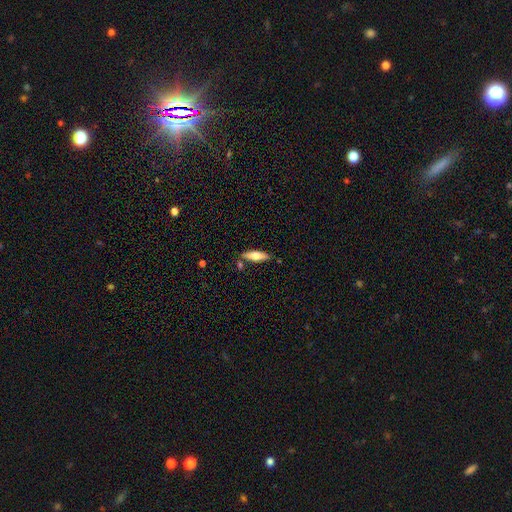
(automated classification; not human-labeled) Morphology: type=smooth (63%); roundness=cigar-shaped (53%); merging=none (80%).